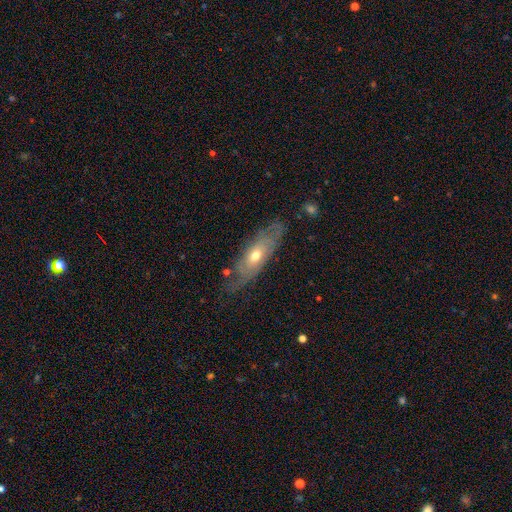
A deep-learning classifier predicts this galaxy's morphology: Smooth or featured: featured or disk — 64% (smooth — 29%)
Edge-on disk: no — 69% (yes — 31%)
Merging: none — 69% (minor disturbance — 22%)